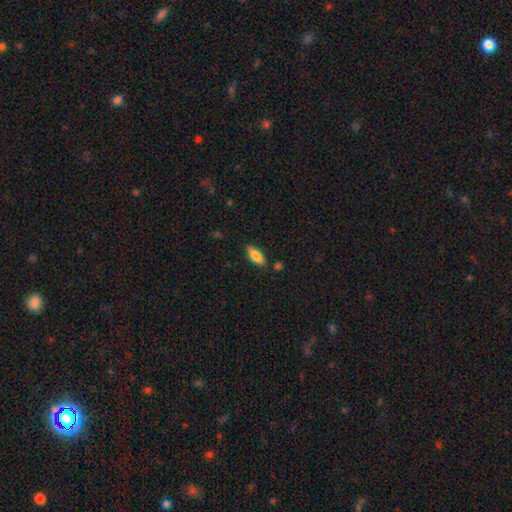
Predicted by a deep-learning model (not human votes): Morphology: type=smooth (81%); roundness=in between (81%); merging=none (83%).